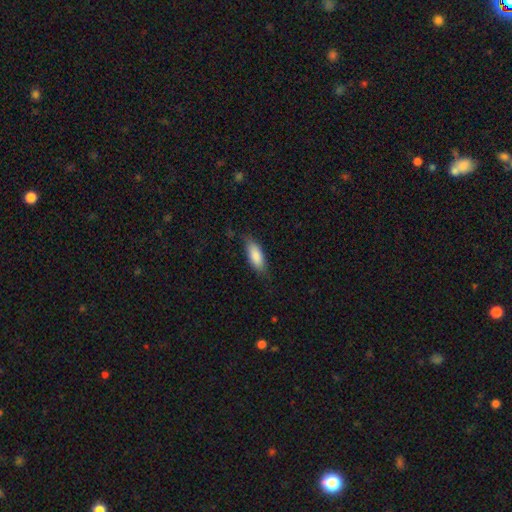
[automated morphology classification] smooth 84%, featured or disk 10%, star or artifact 6%. Down the decision tree: how rounded — in between (78%); merging — none (72%).